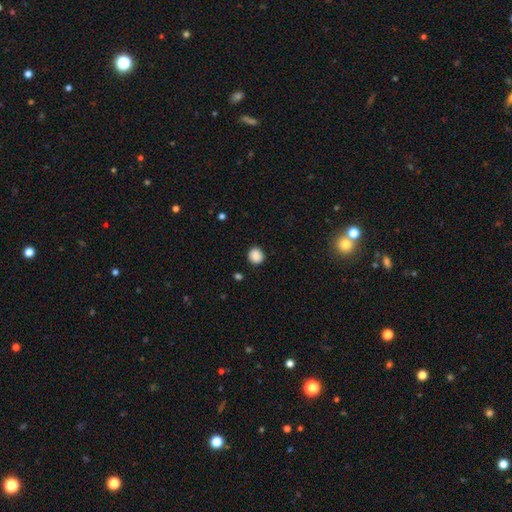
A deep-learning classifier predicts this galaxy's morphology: Smooth or featured: smooth — 87% (star or artifact — 9%)
How rounded: round — 87% (in between — 12%)
Merging: none — 87% (minor disturbance — 10%)